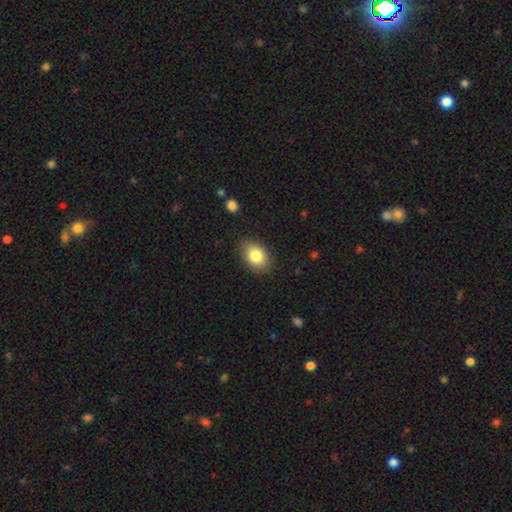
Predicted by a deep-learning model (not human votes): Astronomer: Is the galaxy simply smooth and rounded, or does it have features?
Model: smooth — 83%.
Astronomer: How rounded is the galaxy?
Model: in between — 78%.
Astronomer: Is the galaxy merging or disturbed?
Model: none — 82%.